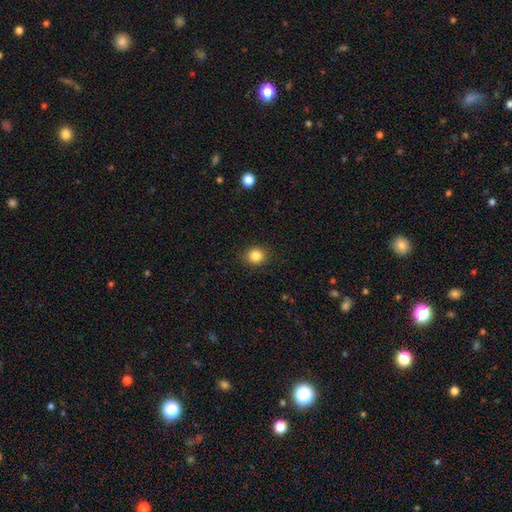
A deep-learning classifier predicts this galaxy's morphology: Overall: smooth (85%). How rounded: round (78%). Merging: none (90%).